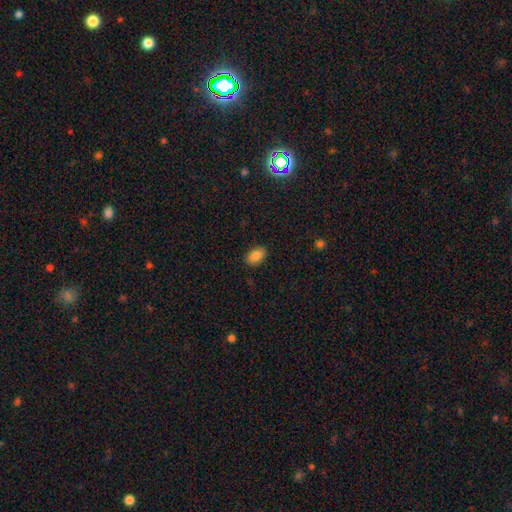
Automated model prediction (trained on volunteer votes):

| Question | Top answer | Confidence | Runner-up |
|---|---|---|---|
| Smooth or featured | smooth | 87% | star or artifact (8%) |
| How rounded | in between | 88% | round (10%) |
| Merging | none | 87% | minor disturbance (9%) |